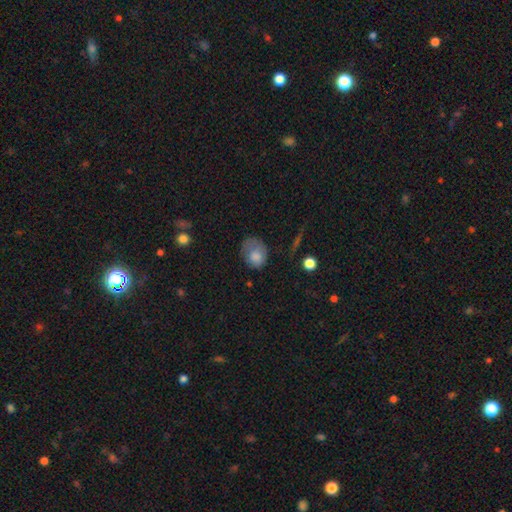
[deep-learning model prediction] Smooth or featured?
  - smooth: 78% *
  - featured or disk: 13%
  - star or artifact: 8%
How rounded?
  - in between: 55% *
  - round: 44%
  - cigar-shaped: 1%
Merging?
  - none: 42% *
  - minor disturbance: 33%
  - major disturbance: 22%
  - merger: 2%